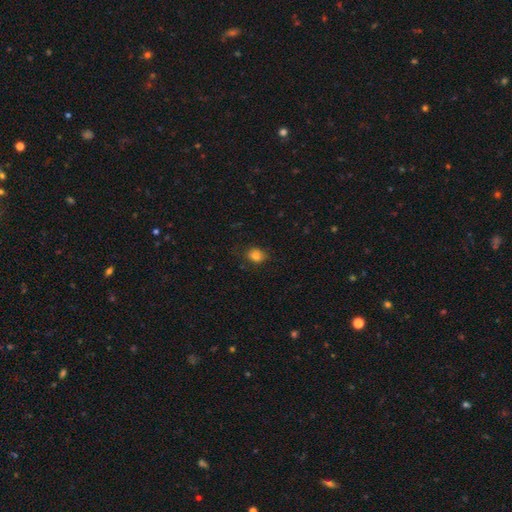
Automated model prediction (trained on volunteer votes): Smooth or featured? smooth (82%)
How rounded? in between (51%)
Merging? none (75%)